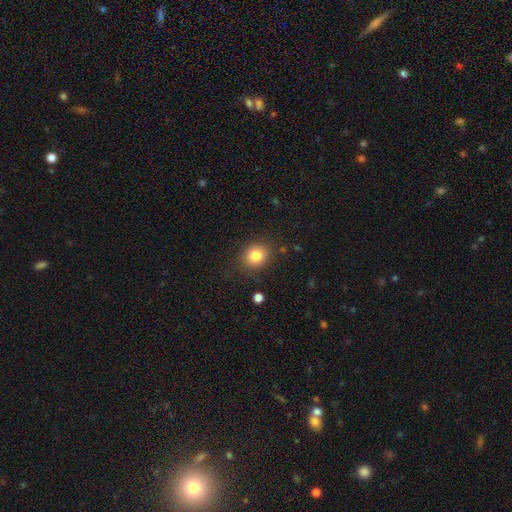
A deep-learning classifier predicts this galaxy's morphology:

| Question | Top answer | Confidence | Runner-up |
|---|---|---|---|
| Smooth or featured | smooth | 82% | star or artifact (11%) |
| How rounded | round | 77% | in between (22%) |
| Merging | none | 85% | minor disturbance (10%) |